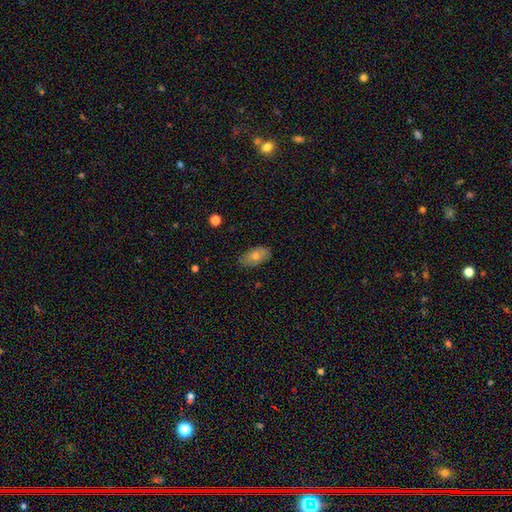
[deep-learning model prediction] Morphology: type=smooth (63%); roundness=in between (91%); merging=none (83%).